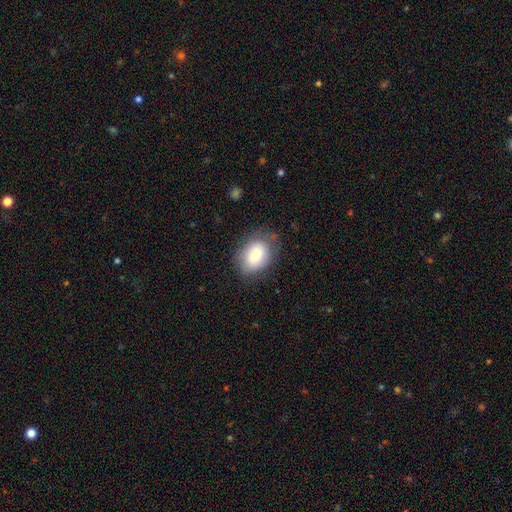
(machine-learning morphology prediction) This is likely a smooth galaxy (80%). How rounded: likely in between (78%). Merging: likely none (70%).